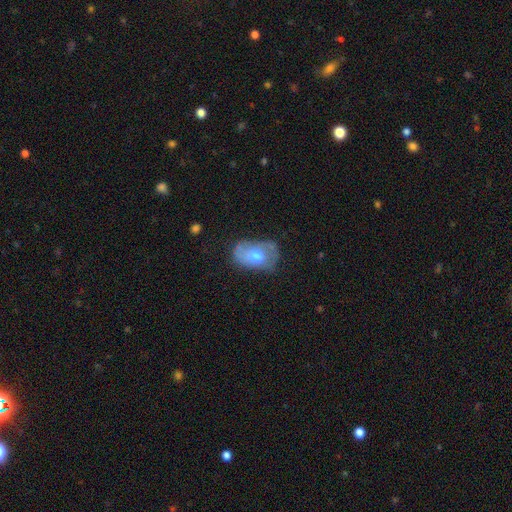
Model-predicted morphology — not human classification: Smooth or featured: smooth — 54% (featured or disk — 39%)
How rounded: in between — 86% (round — 12%)
Merging: none — 46% (minor disturbance — 34%)